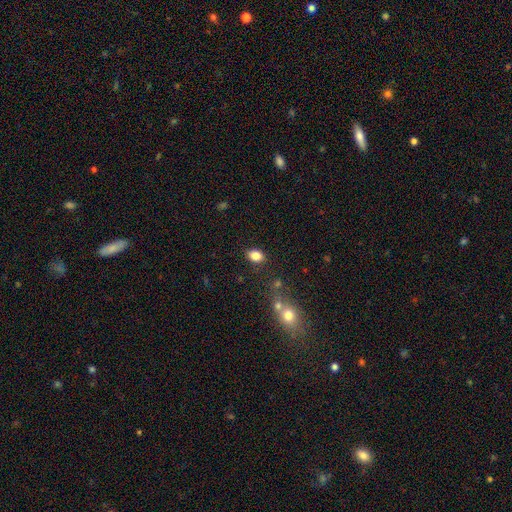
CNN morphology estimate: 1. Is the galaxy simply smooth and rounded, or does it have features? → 83% smooth, 10% star or artifact, 6% featured or disk.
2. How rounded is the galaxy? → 77% in between, 22% round, 1% cigar-shaped.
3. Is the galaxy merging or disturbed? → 80% none, 12% minor disturbance, 4% merger, 3% major disturbance.